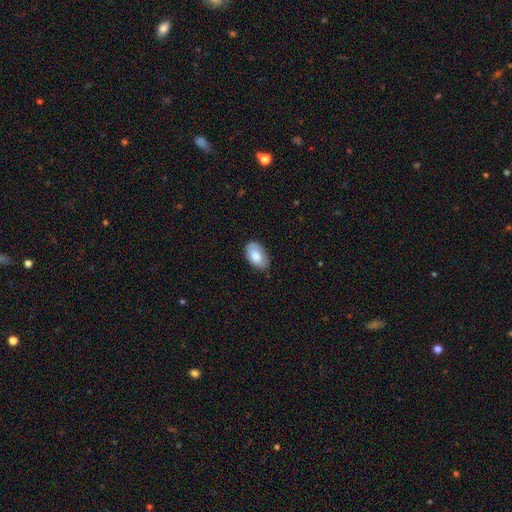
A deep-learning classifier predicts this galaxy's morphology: Q: Smooth or featured?
A: smooth (79%); runner-up: featured or disk (14%)
Q: How rounded?
A: in between (93%); runner-up: round (6%)
Q: Merging?
A: none (78%); runner-up: minor disturbance (18%)